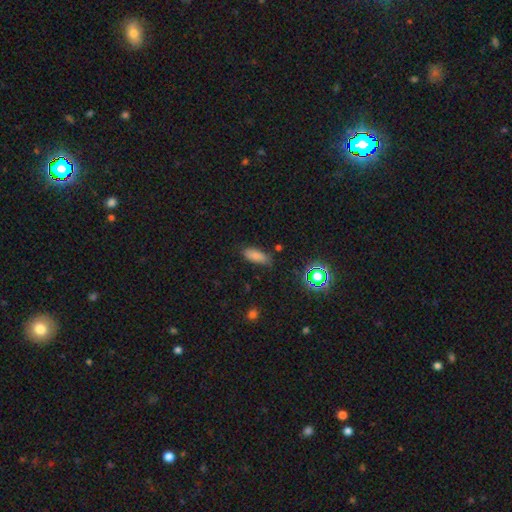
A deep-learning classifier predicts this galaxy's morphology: smooth 80%, star or artifact 13%, featured or disk 7%. Down the decision tree: how rounded — in between (80%); merging — none (70%).